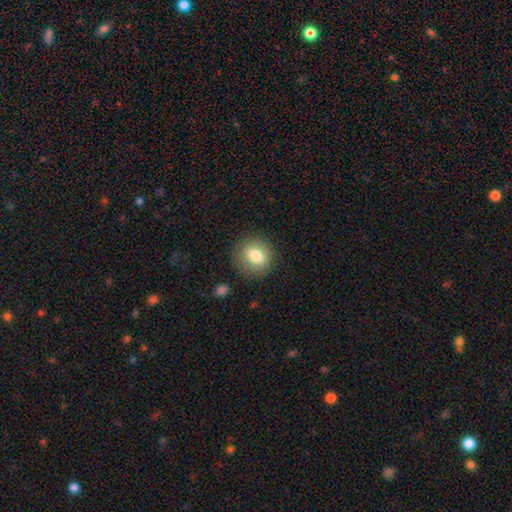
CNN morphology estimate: This is likely a smooth galaxy (79%). How rounded: clearly round (81%). Merging: clearly none (84%).